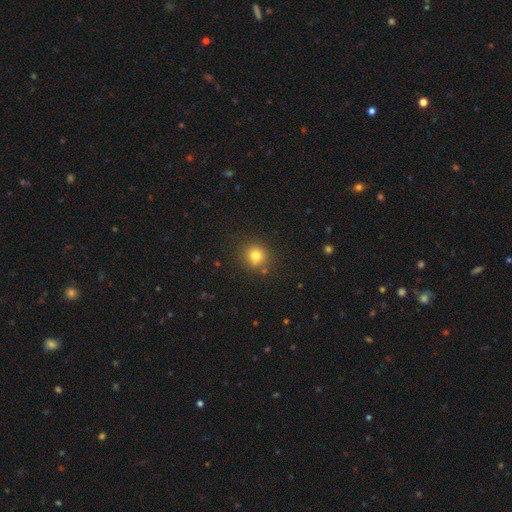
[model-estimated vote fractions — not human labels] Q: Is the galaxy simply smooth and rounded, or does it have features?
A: smooth — 79%.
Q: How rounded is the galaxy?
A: round — 87%.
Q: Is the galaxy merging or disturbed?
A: none — 83%.